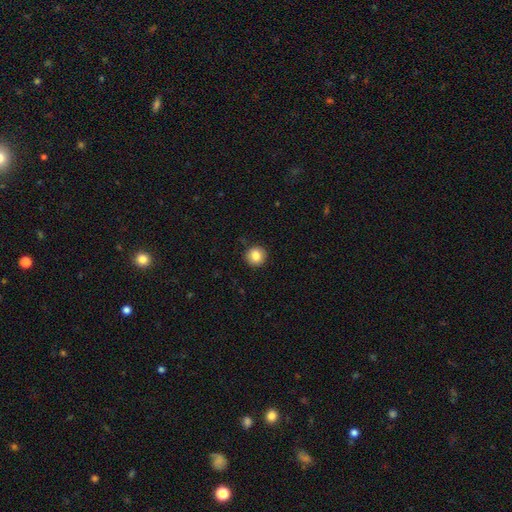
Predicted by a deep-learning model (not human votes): Smooth or featured: smooth — 84% (star or artifact — 9%)
How rounded: round — 93% (in between — 6%)
Merging: none — 91% (minor disturbance — 6%)